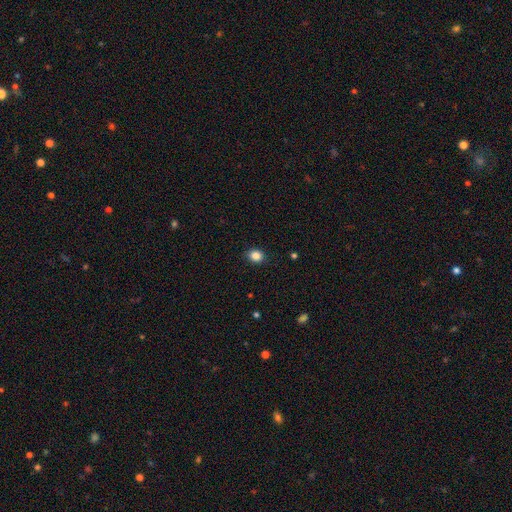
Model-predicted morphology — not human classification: This appears to be a smooth galaxy with no disk features (85%) that is round (63%). Merging: none (89%).